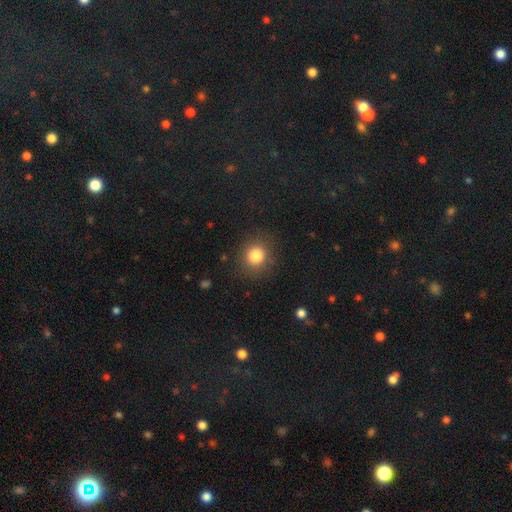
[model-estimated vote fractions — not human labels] Overall: smooth (83%). How rounded: round (83%). Merging: none (85%).